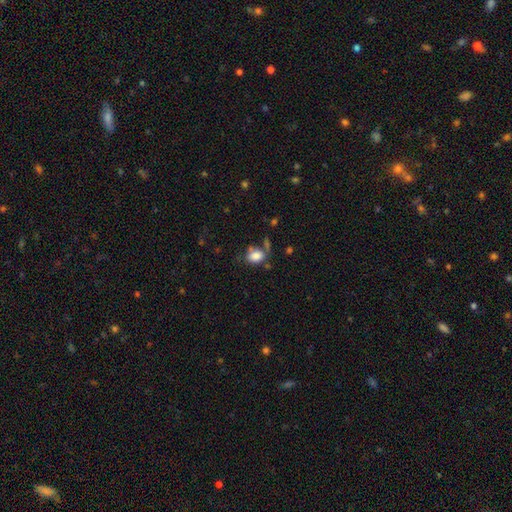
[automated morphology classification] Overall: smooth (83%). How rounded: in between (69%). Merging: none (52%; minor disturbance 21%).